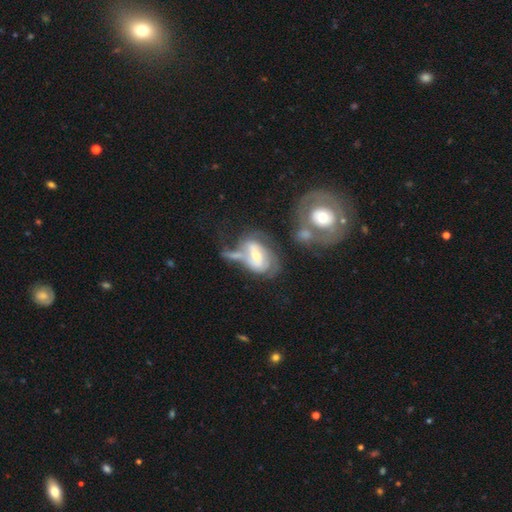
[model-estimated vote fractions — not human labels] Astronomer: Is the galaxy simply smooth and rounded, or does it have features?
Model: featured or disk — 71%.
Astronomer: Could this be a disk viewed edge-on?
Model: no — 95%.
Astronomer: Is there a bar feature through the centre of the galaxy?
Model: no — 42% (runner-up: weak, 38%).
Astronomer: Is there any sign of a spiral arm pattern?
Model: yes — 79%.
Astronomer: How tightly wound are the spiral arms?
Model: tight — 42% (runner-up: medium, 37%).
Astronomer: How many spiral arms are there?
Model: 2 — 45% (runner-up: can't tell, 32%).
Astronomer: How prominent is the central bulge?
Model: moderate — 54% (runner-up: small, 39%).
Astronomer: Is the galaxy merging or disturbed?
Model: merger — 39% (runner-up: major disturbance, 23%).